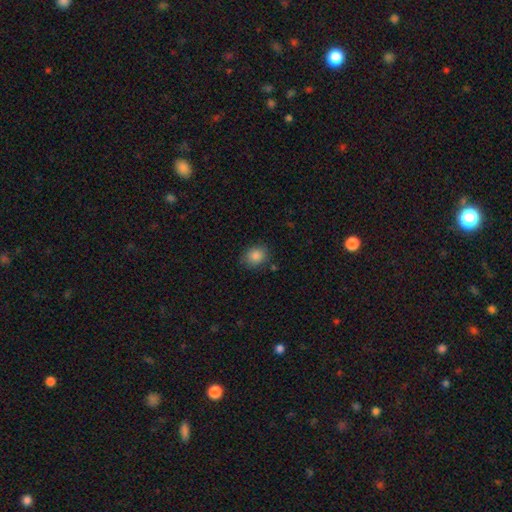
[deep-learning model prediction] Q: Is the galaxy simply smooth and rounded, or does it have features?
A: smooth — 87%.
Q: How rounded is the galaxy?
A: round — 56%.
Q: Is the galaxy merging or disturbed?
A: none — 82%.